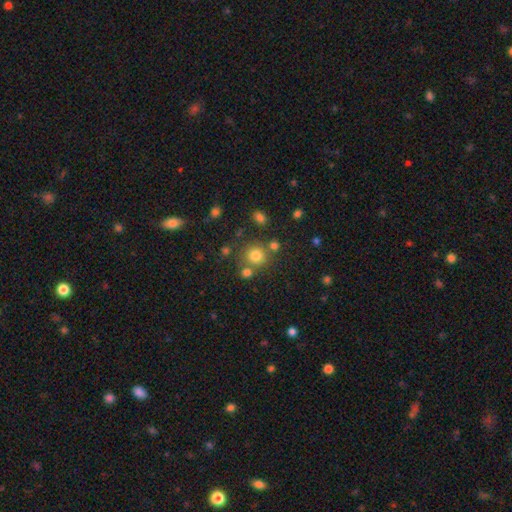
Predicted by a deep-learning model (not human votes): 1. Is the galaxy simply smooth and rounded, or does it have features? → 77% smooth, 16% star or artifact, 8% featured or disk.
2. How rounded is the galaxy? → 90% round, 9% in between, 1% cigar-shaped.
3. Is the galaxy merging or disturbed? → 73% none, 14% merger, 9% minor disturbance, 4% major disturbance.